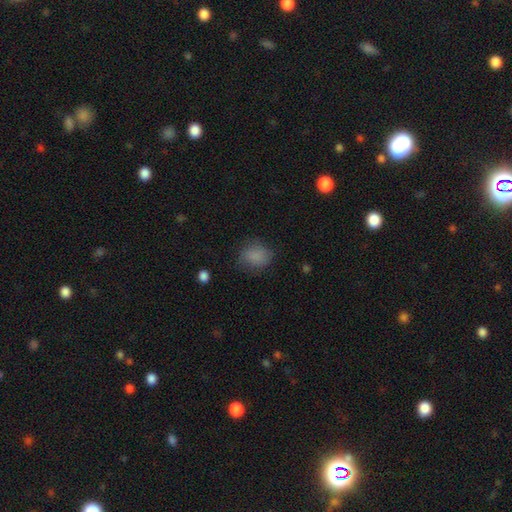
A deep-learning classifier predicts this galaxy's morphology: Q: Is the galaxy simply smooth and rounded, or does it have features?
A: smooth — 82%.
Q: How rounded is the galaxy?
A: round — 56%.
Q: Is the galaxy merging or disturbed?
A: none — 70%.